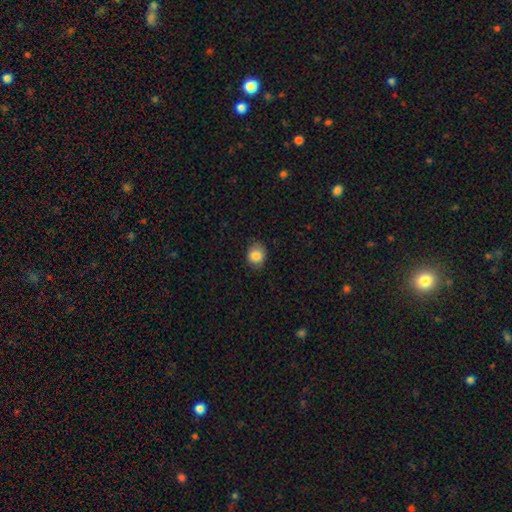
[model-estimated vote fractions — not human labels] Morphology: type=smooth (86%); roundness=round (56%); merging=none (79%).